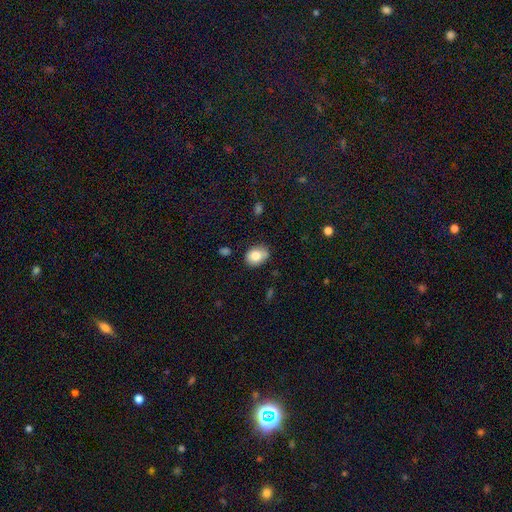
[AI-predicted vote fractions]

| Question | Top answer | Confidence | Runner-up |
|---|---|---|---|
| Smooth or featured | smooth | 83% | featured or disk (9%) |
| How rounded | in between | 64% | round (35%) |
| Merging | none | 66% | minor disturbance (25%) |